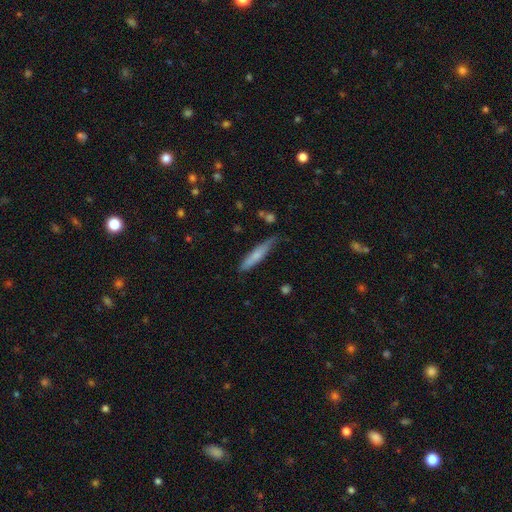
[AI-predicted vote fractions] smooth 67%, featured or disk 27%, star or artifact 6%. Down the decision tree: how rounded — cigar-shaped (88%); merging — none (69%).